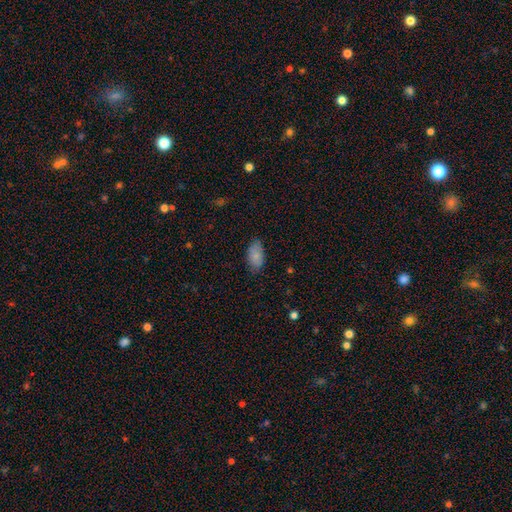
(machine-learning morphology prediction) This appears to be a smooth galaxy with no disk features (82%) that is in between round and cigar-shaped (94%). Merging: none (79%).